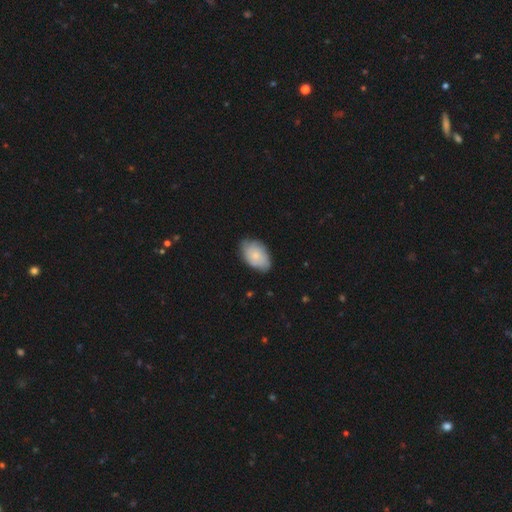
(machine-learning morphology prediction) A smooth galaxy with no disk features (69%) that is in between round and cigar-shaped (91%).

Vote fractions:
- Smooth or featured? smooth: 69% / featured or disk: 25% / star or artifact: 6%
- How rounded? in between: 91% / round: 8% / cigar-shaped: 1%
- Merging? none: 70% / minor disturbance: 24% / major disturbance: 4% / merger: 1%